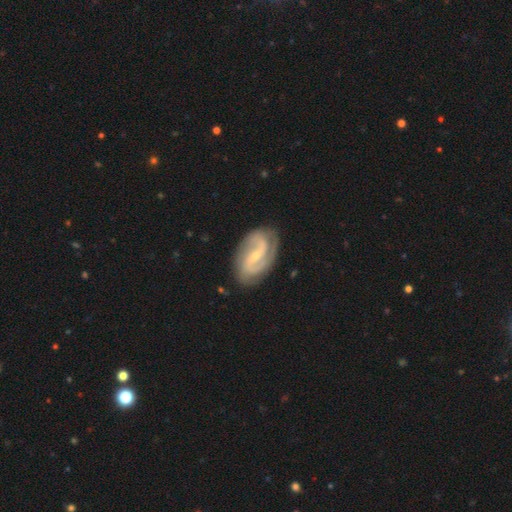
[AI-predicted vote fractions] Smooth or featured: featured or disk — 89% (smooth — 7%)
Edge-on disk: no — 97% (yes — 3%)
Bar: weak — 43% (no — 30%)
Spiral arms: yes — 97% (no — 3%)
Spiral winding: medium — 49% (tight — 30%)
Spiral arm count: 2 — 81% (3 — 7%)
Bulge size: small — 72% (moderate — 25%)
Merging: none — 80% (minor disturbance — 15%)